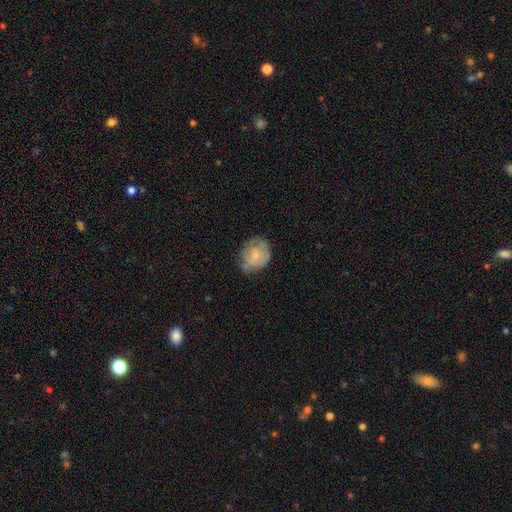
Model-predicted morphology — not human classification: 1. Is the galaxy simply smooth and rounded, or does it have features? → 63% smooth, 29% featured or disk, 8% star or artifact.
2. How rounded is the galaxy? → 62% round, 38% in between, 1% cigar-shaped.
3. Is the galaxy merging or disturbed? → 54% none, 32% minor disturbance, 10% major disturbance, 3% merger.